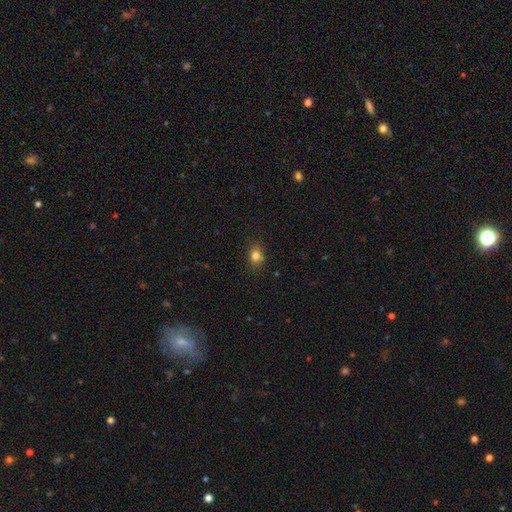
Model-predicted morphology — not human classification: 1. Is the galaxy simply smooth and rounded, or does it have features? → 79% smooth, 13% star or artifact, 8% featured or disk.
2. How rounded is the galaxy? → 54% in between, 44% round, 1% cigar-shaped.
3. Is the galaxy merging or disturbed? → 75% none, 17% minor disturbance, 5% merger, 4% major disturbance.